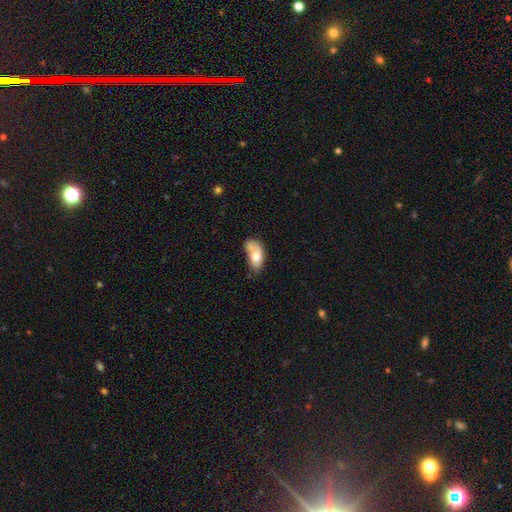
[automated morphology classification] Smooth or featured: smooth — 69% (featured or disk — 24%)
How rounded: in between — 90% (round — 6%)
Merging: none — 29% (minor disturbance — 28%)